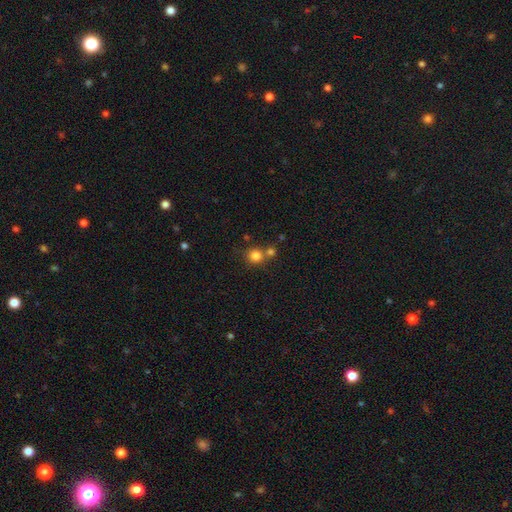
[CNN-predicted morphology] Q: Smooth or featured?
A: smooth (81%); runner-up: star or artifact (13%)
Q: How rounded?
A: round (90%); runner-up: in between (9%)
Q: Merging?
A: none (61%); runner-up: merger (28%)